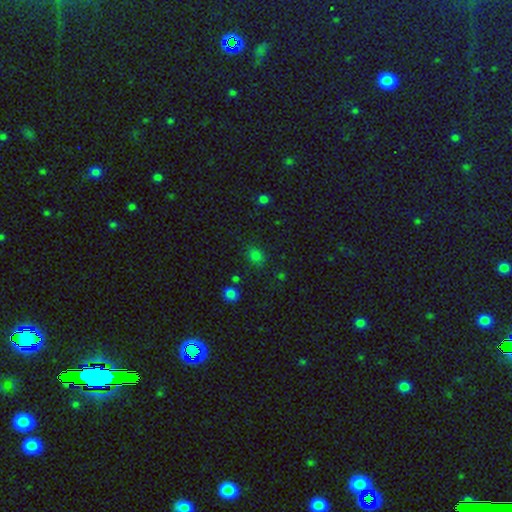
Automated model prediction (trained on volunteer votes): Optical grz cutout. It shows a smooth galaxy with no disk features (75%) that is round (54%). Merging: none (77%).